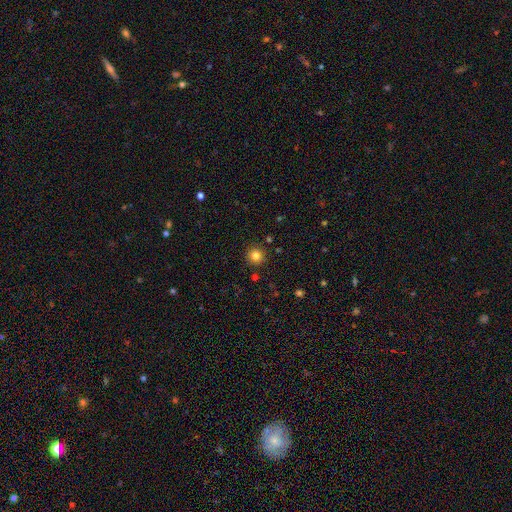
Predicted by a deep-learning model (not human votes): The model was most divided on "smooth or featured": smooth: 82%, star or artifact: 13%, featured or disk: 6%. More confident: how rounded — round (95%); merging — none (91%).